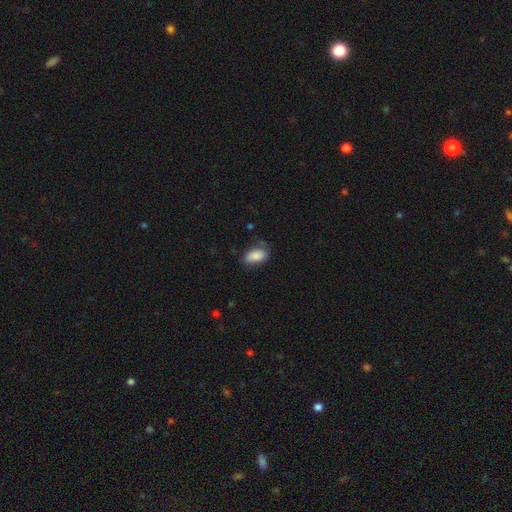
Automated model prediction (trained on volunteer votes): Smooth or featured?
  - smooth: 85% *
  - featured or disk: 8%
  - star or artifact: 7%
How rounded?
  - in between: 93% *
  - round: 4%
  - cigar-shaped: 2%
Merging?
  - none: 68% *
  - minor disturbance: 23%
  - major disturbance: 6%
  - merger: 2%